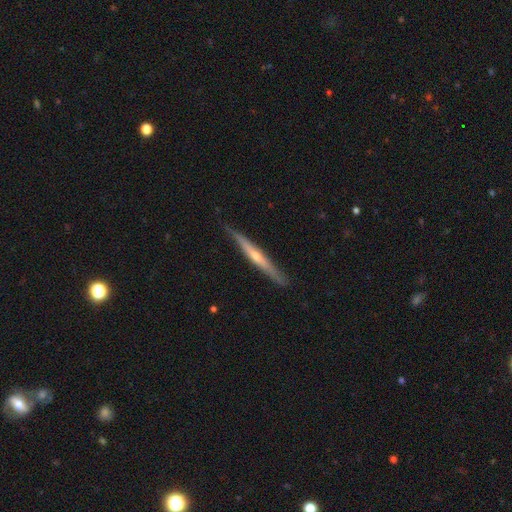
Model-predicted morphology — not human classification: smooth_or_featured: featured or disk (p=0.69) [alt: smooth p=0.26]
disk_edge_on: yes (p=0.97) [alt: no p=0.03]
edge_on_bulge: rounded (p=0.69) [alt: none p=0.26]
merging: none (p=0.84) [alt: minor disturbance p=0.13]